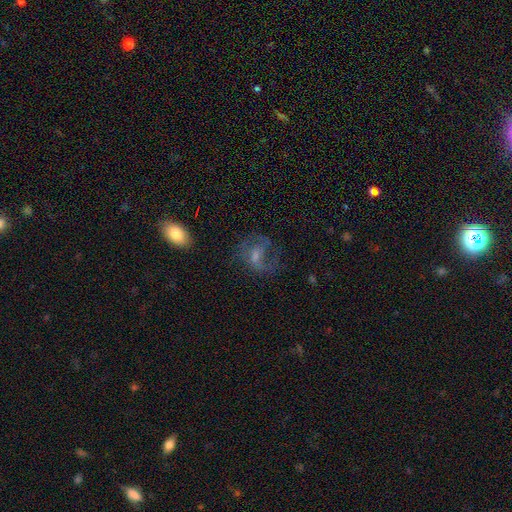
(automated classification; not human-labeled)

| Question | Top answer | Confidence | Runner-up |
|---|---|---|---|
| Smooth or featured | featured or disk | 56% | smooth (29%) |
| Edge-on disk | no | 96% | yes (4%) |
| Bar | weak | 44% | no (43%) |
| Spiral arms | yes | 70% | no (30%) |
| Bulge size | small | 40% | moderate (33%) |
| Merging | none | 49% | major disturbance (29%) |